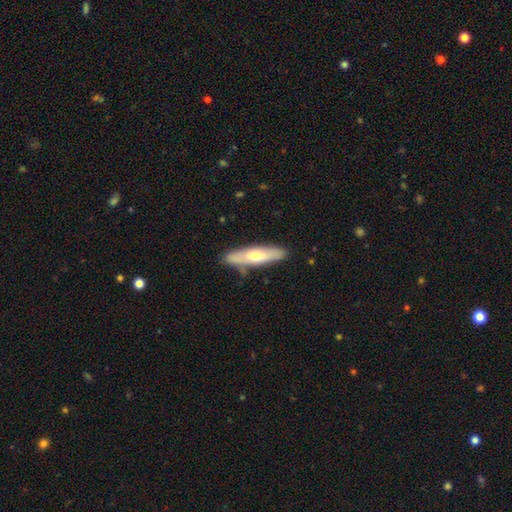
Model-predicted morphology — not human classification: A smooth galaxy with no disk features (52%) that is cigar-shaped (73%). Merging: none (83%).